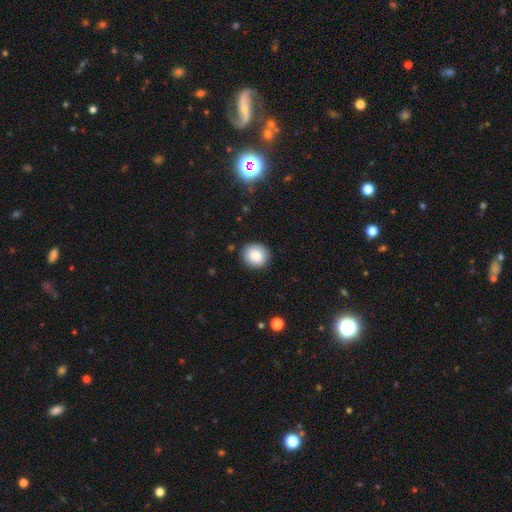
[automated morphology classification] This appears to be a smooth galaxy with no disk features (84%) that is round (81%). Merging: none (88%).